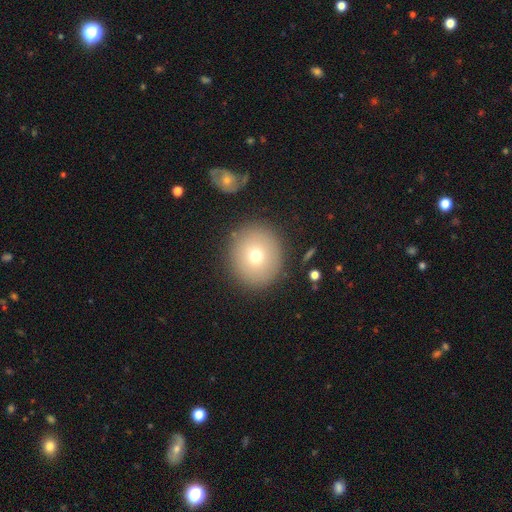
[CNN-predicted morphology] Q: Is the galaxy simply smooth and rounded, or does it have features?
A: smooth — 71%.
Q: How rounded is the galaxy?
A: round — 88%.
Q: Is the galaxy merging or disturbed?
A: none — 87%.